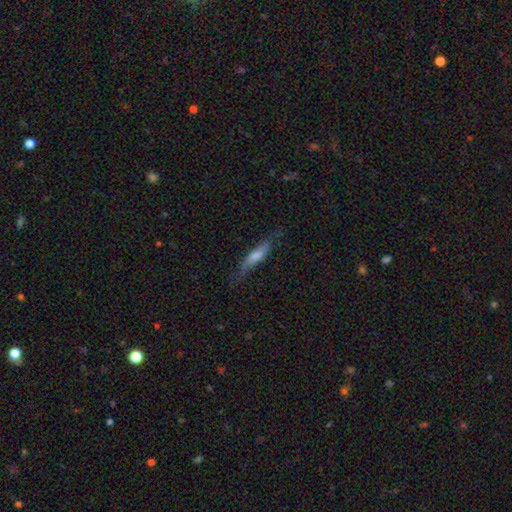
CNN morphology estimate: Overall: smooth (52%; featured or disk 41%). How rounded: cigar-shaped (79%). Merging: none (72%).